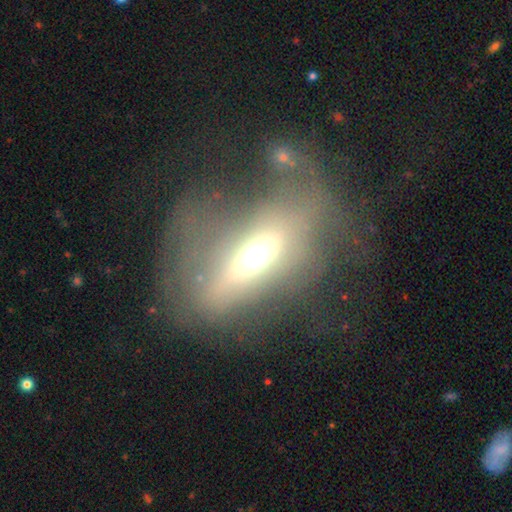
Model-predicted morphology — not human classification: Smooth or featured? Predicted: featured or disk (p=0.53). Edge-on disk? Predicted: no (p=0.62). Merging? Predicted: major disturbance (p=0.44).